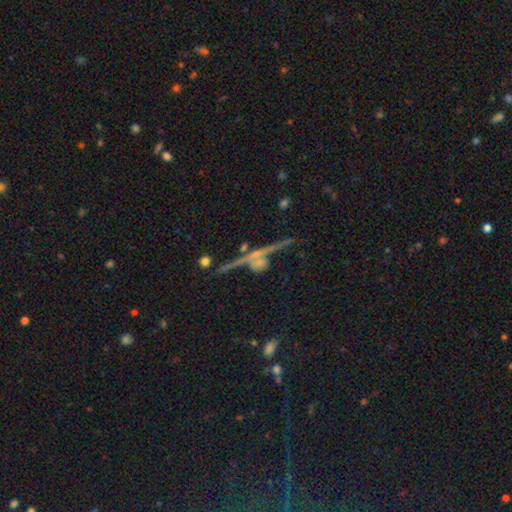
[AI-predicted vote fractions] Overall: featured or disk (55%; star or artifact 26%). Edge-on disk: yes (83%). Merging: none (66%).